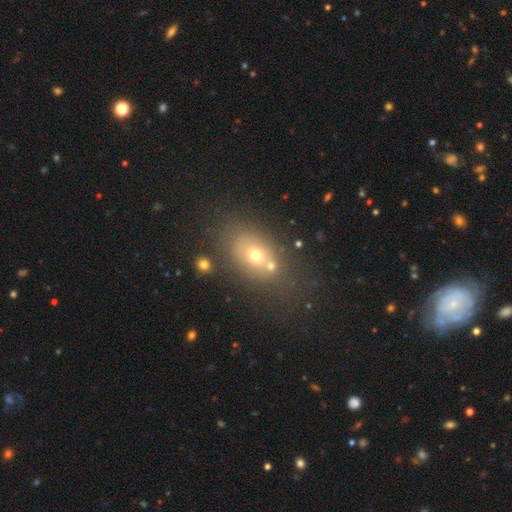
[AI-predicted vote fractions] The model was most divided on "merging": none: 56%, merger: 25%, minor disturbance: 13%, major disturbance: 7%. More confident: how rounded — in between (69%); smooth or featured — smooth (59%).